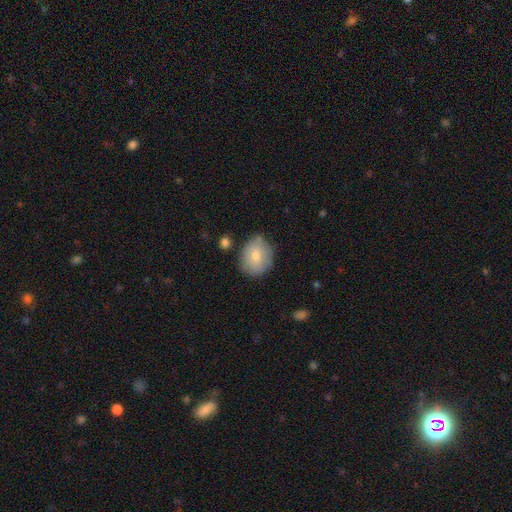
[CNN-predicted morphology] Smooth or featured? smooth (74%)
How rounded? round (55%)
Merging? none (70%)